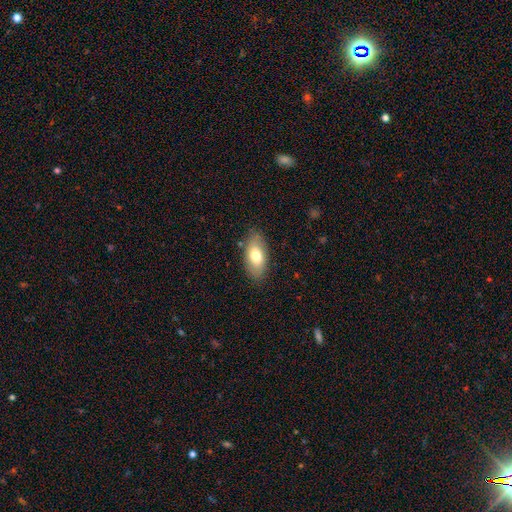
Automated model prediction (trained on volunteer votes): Smooth or featured: smooth — 71% (featured or disk — 22%)
How rounded: in between — 90% (cigar-shaped — 6%)
Merging: none — 83% (minor disturbance — 12%)